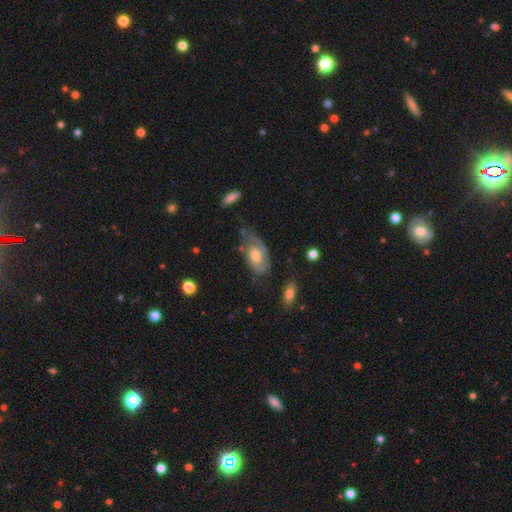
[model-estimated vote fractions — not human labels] Smooth or featured?
  - featured or disk: 58% *
  - smooth: 35%
  - star or artifact: 7%
Edge-on disk?
  - no: 92% *
  - yes: 8%
Bar?
  - no: 76% *
  - weak: 20%
  - strong: 3%
Spiral arms?
  - yes: 67% *
  - no: 33%
Bulge size?
  - moderate: 57% *
  - large: 24%
  - small: 15%
  - none: 3%
  - dominant: 2%
Merging?
  - none: 40% *
  - minor disturbance: 30%
  - major disturbance: 26%
  - merger: 4%